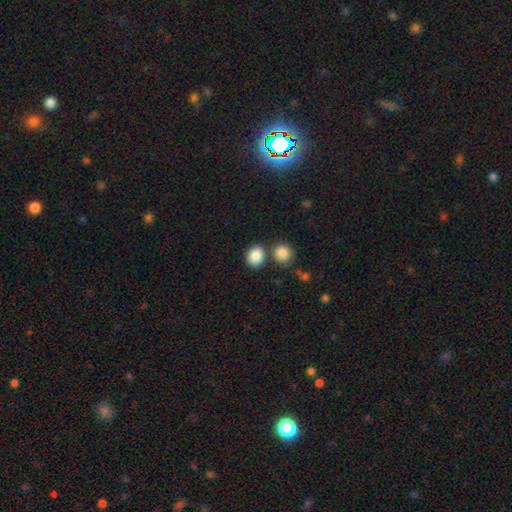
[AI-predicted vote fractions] A smooth galaxy with no disk features (87%) that is round (58%).

Vote fractions:
- Smooth or featured? smooth: 87% / star or artifact: 8% / featured or disk: 5%
- How rounded? round: 58% / in between: 41% / cigar-shaped: 1%
- Merging? none: 69% / merger: 18% / minor disturbance: 10% / major disturbance: 3%